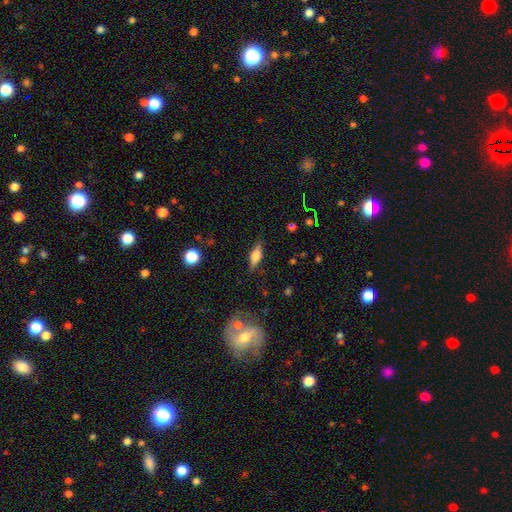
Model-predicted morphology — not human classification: This is possibly a featured or disk galaxy (56%). It is clearly viewed edge-on (94%). Edge-on bulge: likely rounded (79%). Merging: clearly none (82%).